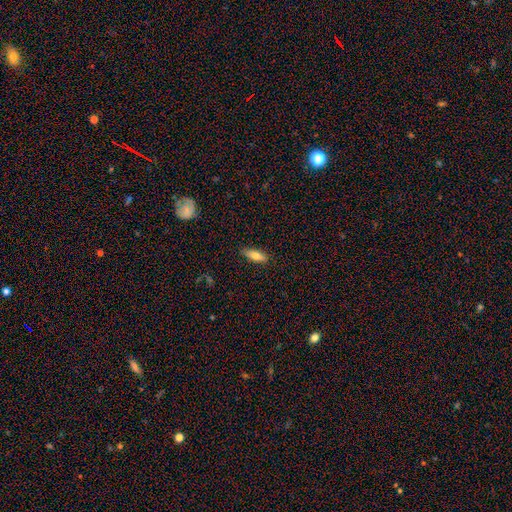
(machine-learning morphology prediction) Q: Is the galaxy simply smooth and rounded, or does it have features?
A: smooth — 71%.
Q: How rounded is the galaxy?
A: in between — 58%.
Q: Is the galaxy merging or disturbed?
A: none — 86%.